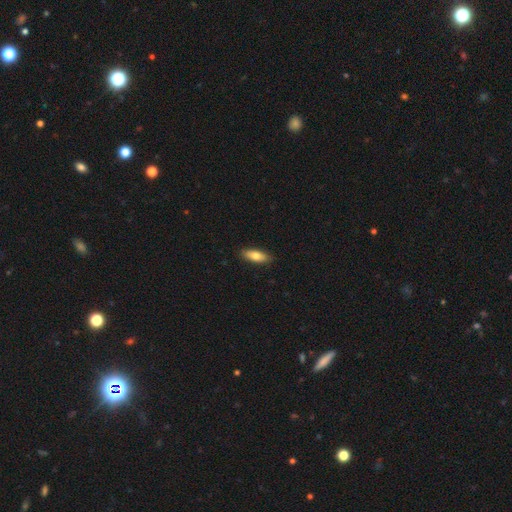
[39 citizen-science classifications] Q: Smooth or featured?
A: smooth (77%); runner-up: featured or disk (21%)
Q: How rounded?
A: in between (77%); runner-up: cigar-shaped (23%)
Q: Merging?
A: none (92%); runner-up: minor disturbance (8%)